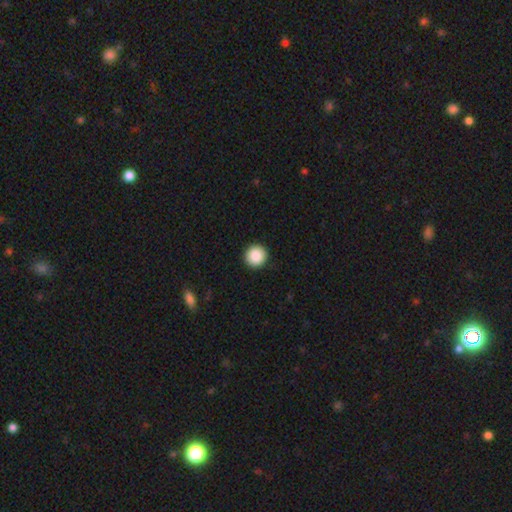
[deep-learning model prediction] Q: Smooth or featured?
A: smooth (89%); runner-up: star or artifact (8%)
Q: How rounded?
A: round (95%); runner-up: in between (4%)
Q: Merging?
A: none (93%); runner-up: minor disturbance (5%)